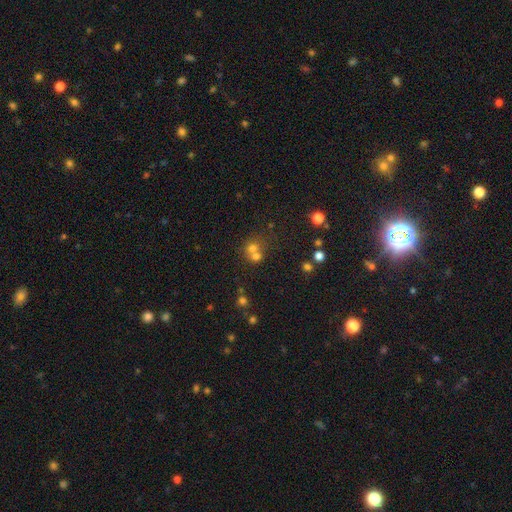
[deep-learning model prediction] Morphology: type=smooth (65%); roundness=round (79%); merging=merger (54%).